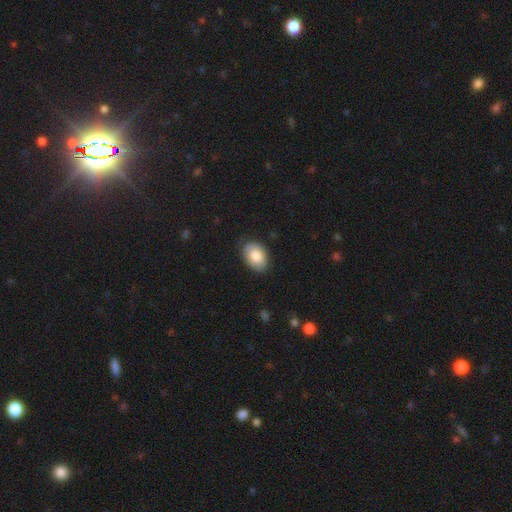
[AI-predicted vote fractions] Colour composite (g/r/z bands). It shows a smooth galaxy with no disk features (84%) that is in between round and cigar-shaped (84%). Merging: none (81%).